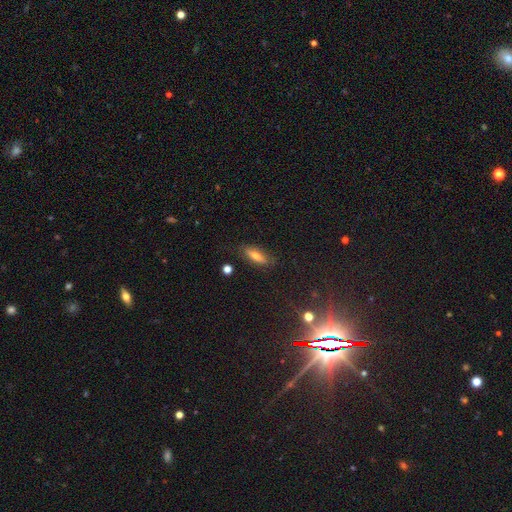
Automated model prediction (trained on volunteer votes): Smooth or featured? Predicted: smooth (p=0.62). How rounded? Predicted: in between (p=0.51). Merging? Predicted: none (p=0.81).